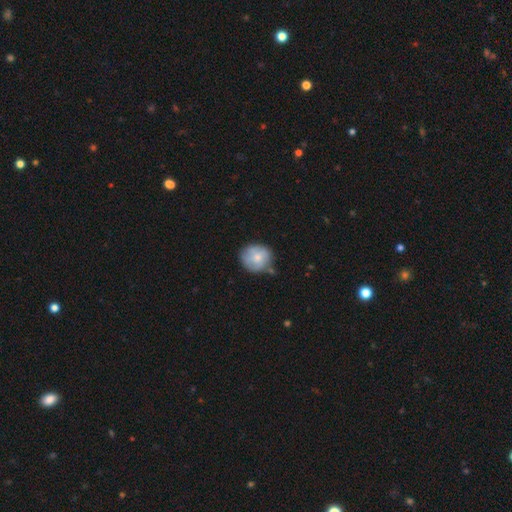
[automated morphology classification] Smooth or featured?
  - smooth: 69% *
  - featured or disk: 24%
  - star or artifact: 7%
How rounded?
  - round: 89% *
  - in between: 10%
  - cigar-shaped: 1%
Merging?
  - none: 66% *
  - minor disturbance: 23%
  - major disturbance: 5%
  - merger: 5%